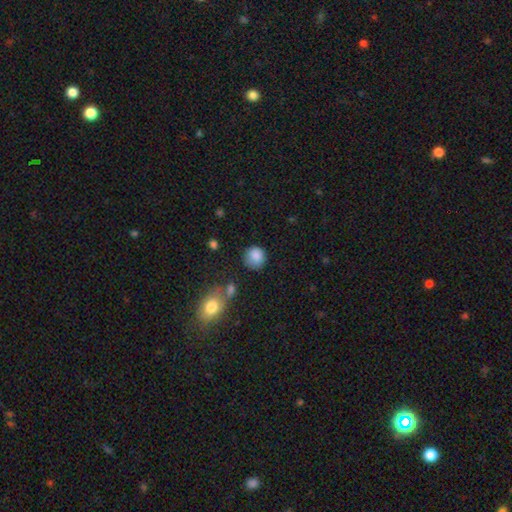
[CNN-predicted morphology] Q: Smooth or featured?
A: smooth (86%); runner-up: star or artifact (9%)
Q: How rounded?
A: round (87%); runner-up: in between (12%)
Q: Merging?
A: none (72%); runner-up: minor disturbance (19%)